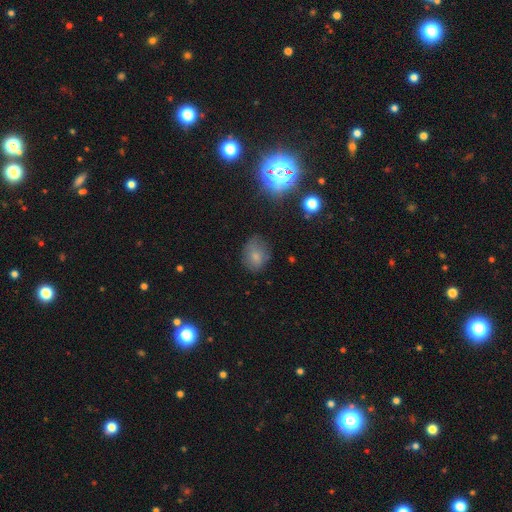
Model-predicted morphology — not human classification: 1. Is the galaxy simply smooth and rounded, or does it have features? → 74% smooth, 14% star or artifact, 12% featured or disk.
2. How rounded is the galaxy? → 59% in between, 40% round, 1% cigar-shaped.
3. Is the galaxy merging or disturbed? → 65% none, 24% minor disturbance, 9% major disturbance, 2% merger.